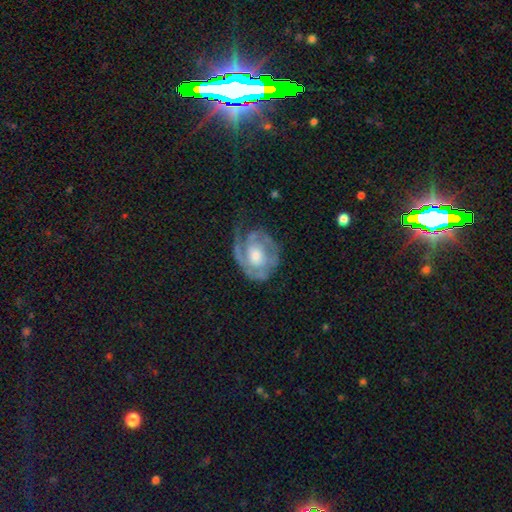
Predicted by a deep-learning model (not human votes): Smooth or featured? featured or disk (77%)
Edge-on disk? no (97%)
Bar? no (74%)
Spiral arms? yes (86%)
Spiral winding? tight (57%)
Spiral arm count? 2 (29%)
Bulge size? moderate (56%)
Merging? none (55%)